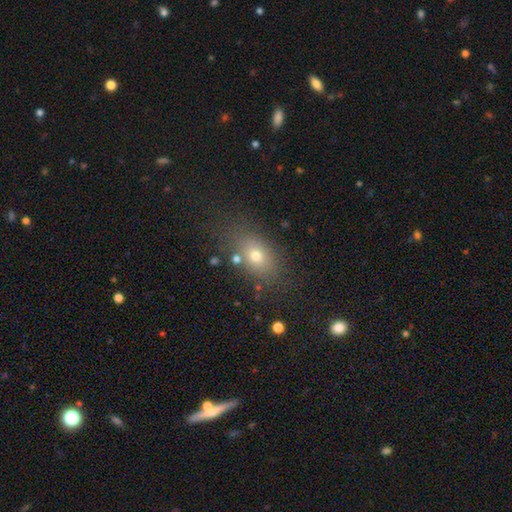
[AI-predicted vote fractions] The model was most divided on "how rounded": in between: 74%, round: 24%, cigar-shaped: 3%. More confident: merging — none (74%); smooth or featured — smooth (70%).